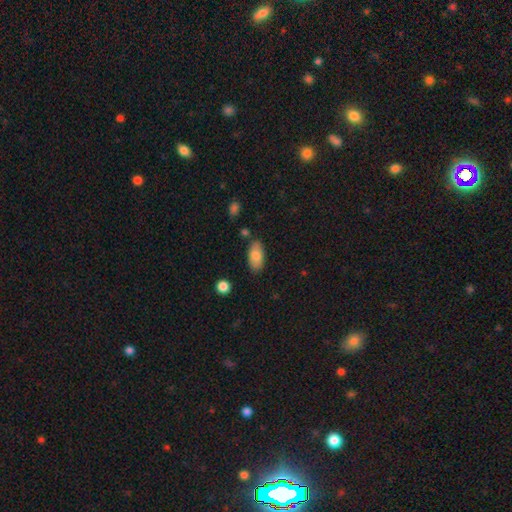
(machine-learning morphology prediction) This is clearly a smooth galaxy (80%). How rounded: clearly in between (92%). Merging: clearly none (82%).